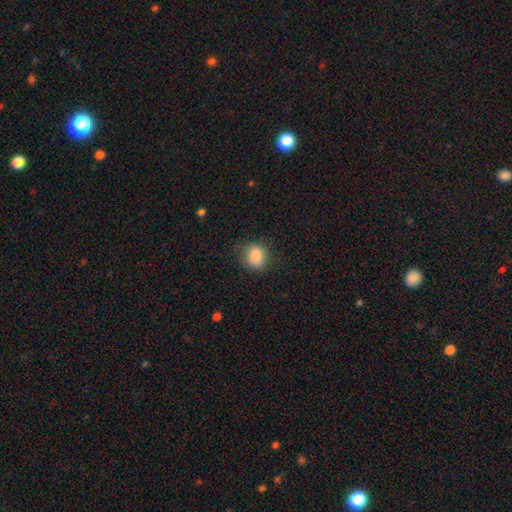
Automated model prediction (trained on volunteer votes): A smooth galaxy with no disk features (87%) that is round (64%). Merging: none (82%).